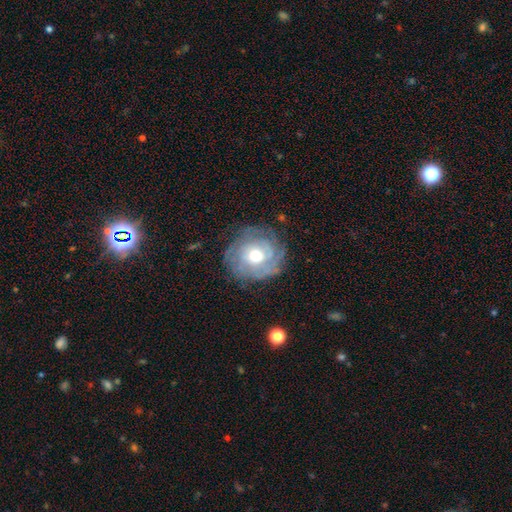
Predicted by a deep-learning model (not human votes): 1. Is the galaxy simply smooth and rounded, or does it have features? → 67% featured or disk, 25% smooth, 8% star or artifact.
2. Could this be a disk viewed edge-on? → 97% no, 3% yes.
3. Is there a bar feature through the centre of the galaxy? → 79% no, 17% weak, 4% strong.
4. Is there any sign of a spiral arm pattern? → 75% yes, 25% no.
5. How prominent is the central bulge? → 69% moderate, 18% large, 11% small, 1% dominant, 1% none.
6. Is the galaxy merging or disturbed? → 76% none, 16% minor disturbance, 7% major disturbance, 1% merger.